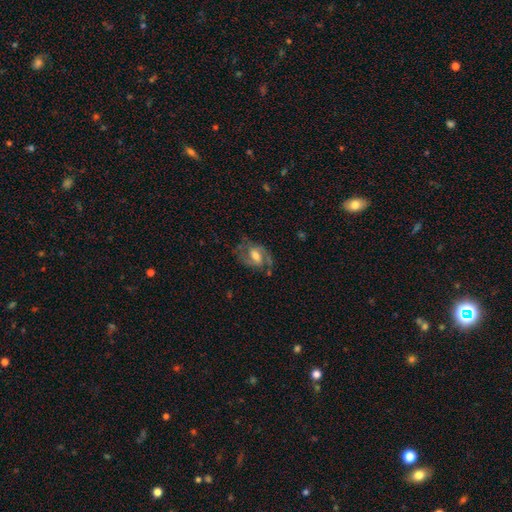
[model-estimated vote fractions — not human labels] A featured or disk galaxy (78%) with a weak bar (51%), 2 (85%) medium (54%) spiral arms (92%) and a moderate central bulge (60%).

Vote fractions:
- Smooth or featured? featured or disk: 78% / smooth: 15% / star or artifact: 6%
- Edge-on disk? no: 97% / yes: 3%
- Bar? weak: 51% / no: 27% / strong: 22%
- Spiral arms? yes: 92% / no: 8%
- Spiral winding? medium: 54% / loose: 24% / tight: 22%
- Spiral arm count? 2: 85% / can't tell: 7% / 1: 4% / 3: 3% / 4: 1% / more than 4: 1%
- Bulge size? moderate: 60% / small: 19% / large: 17% / none: 3% / dominant: 1%
- Merging? none: 65% / minor disturbance: 21% / major disturbance: 12% / merger: 2%